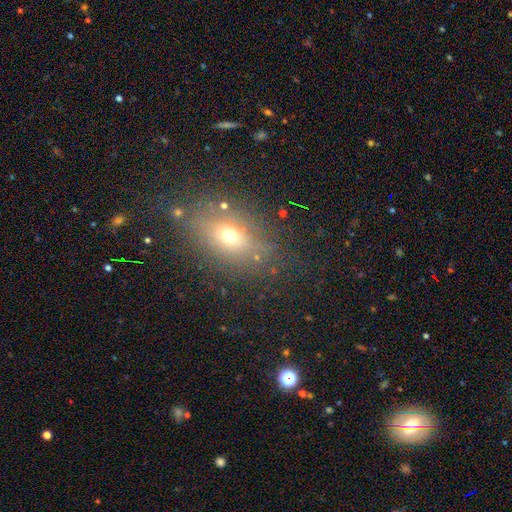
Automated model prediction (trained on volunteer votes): Morphology: type=smooth (53%); roundness=in between (73%); merging=none (81%).